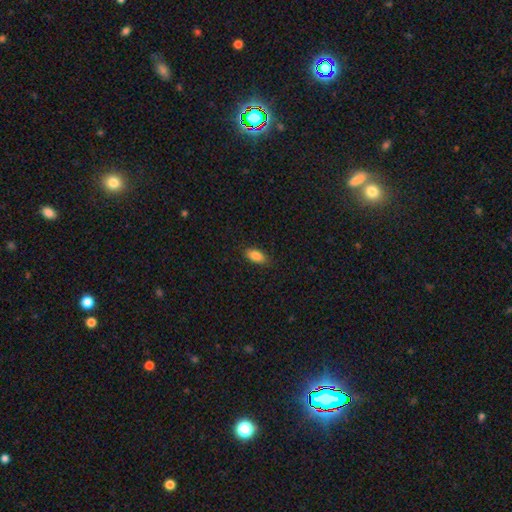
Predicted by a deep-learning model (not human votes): smooth 85%, star or artifact 8%, featured or disk 7%. Down the decision tree: how rounded — in between (90%); merging — none (86%).